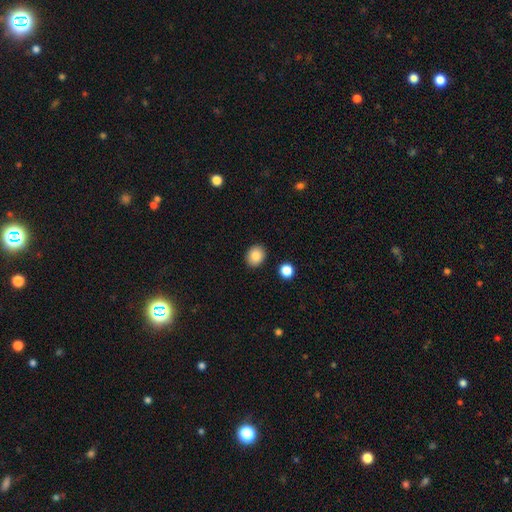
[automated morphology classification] Smooth or featured?
  - smooth: 86% *
  - star or artifact: 9%
  - featured or disk: 5%
How rounded?
  - round: 58% *
  - in between: 41%
  - cigar-shaped: 1%
Merging?
  - none: 89% *
  - minor disturbance: 7%
  - merger: 2%
  - major disturbance: 2%